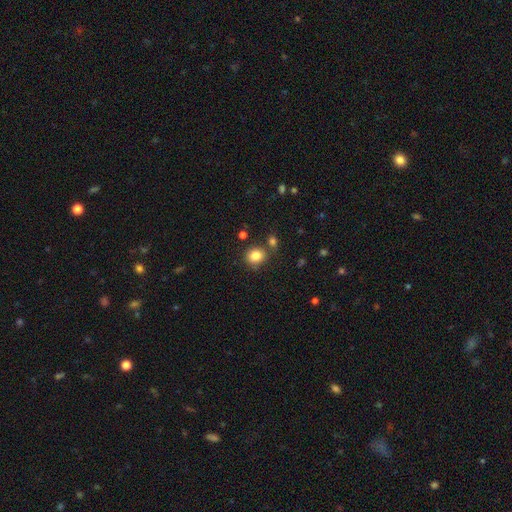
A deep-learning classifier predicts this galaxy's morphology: smooth-or-featured: smooth: 83% | star or artifact: 10% | featured or disk: 6%
  how-rounded: round: 74% | in between: 25% | cigar-shaped: 1%
  merging: none: 76% | minor disturbance: 11% | merger: 10% | major disturbance: 3%